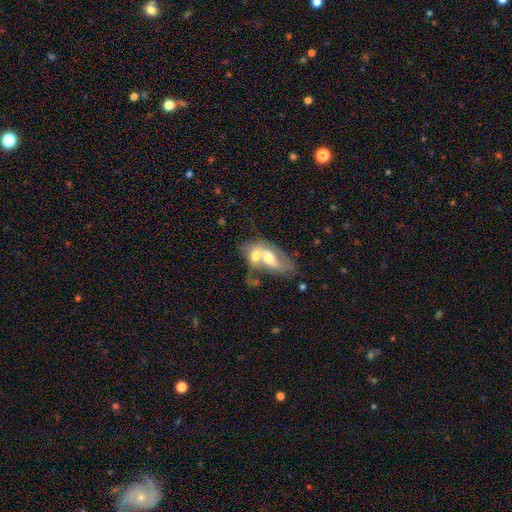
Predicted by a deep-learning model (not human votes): The model was most divided on "smooth or featured": smooth: 48%, featured or disk: 45%, star or artifact: 7%. More confident: merging — merger (74%).